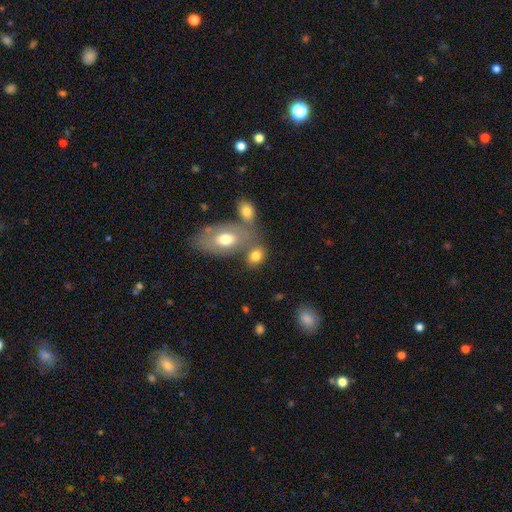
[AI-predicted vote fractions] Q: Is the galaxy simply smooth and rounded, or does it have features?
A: smooth — 76%.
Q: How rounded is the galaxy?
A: in between — 70%.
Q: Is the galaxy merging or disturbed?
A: none — 48%.